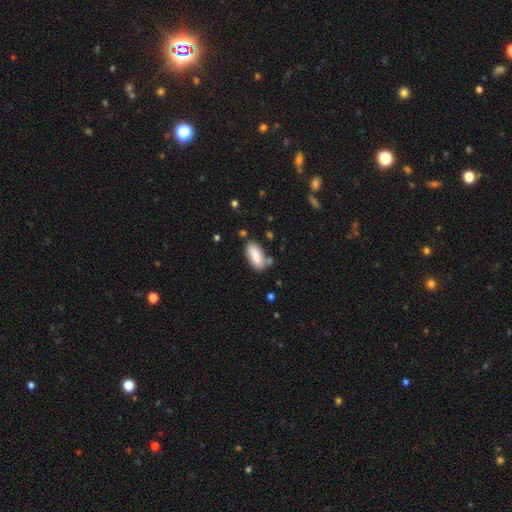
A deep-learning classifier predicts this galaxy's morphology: type=smooth (83%); roundness=in between (89%); merging=none (68%).